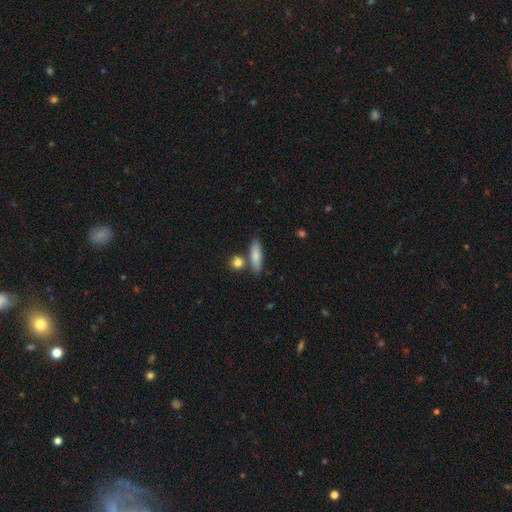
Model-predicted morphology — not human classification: Overall: smooth (80%). How rounded: cigar-shaped (52%; in between 45%). Merging: none (75%).